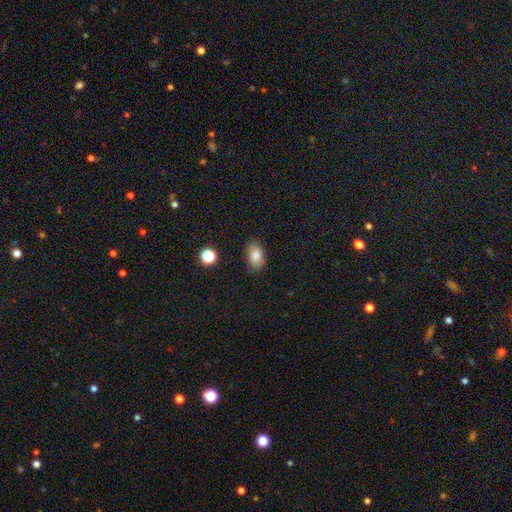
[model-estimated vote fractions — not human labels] Smooth or featured: smooth — 83% (star or artifact — 9%)
How rounded: in between — 91% (round — 7%)
Merging: none — 83% (minor disturbance — 12%)